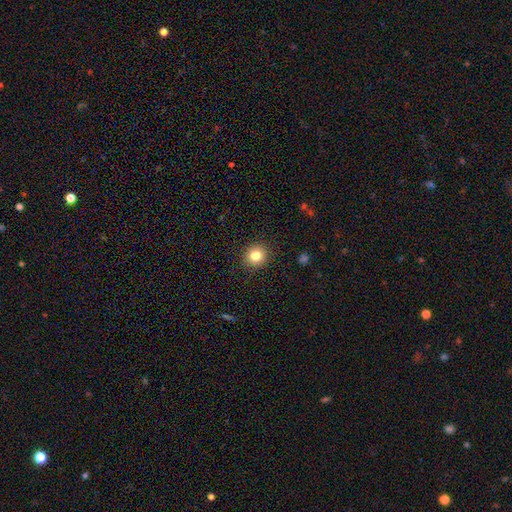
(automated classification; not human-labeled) Smooth or featured? smooth (82%)
How rounded? round (88%)
Merging? none (91%)